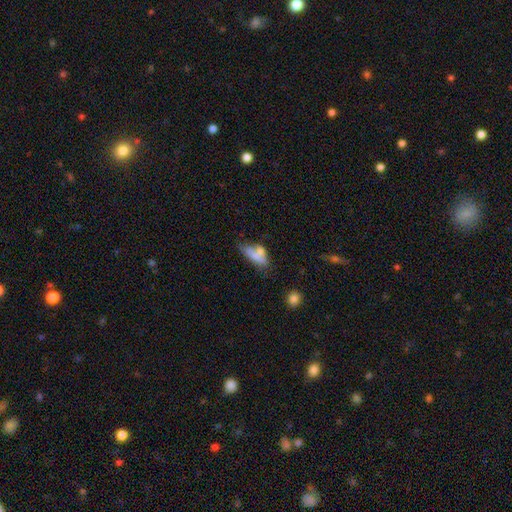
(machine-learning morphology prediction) smooth-or-featured: smooth: 61% | featured or disk: 29% | star or artifact: 10%
  how-rounded: in between: 75% | cigar-shaped: 20% | round: 5%
  merging: none: 29% (tied) | merger: 29% (tied) | minor disturbance: 24% | major disturbance: 18%